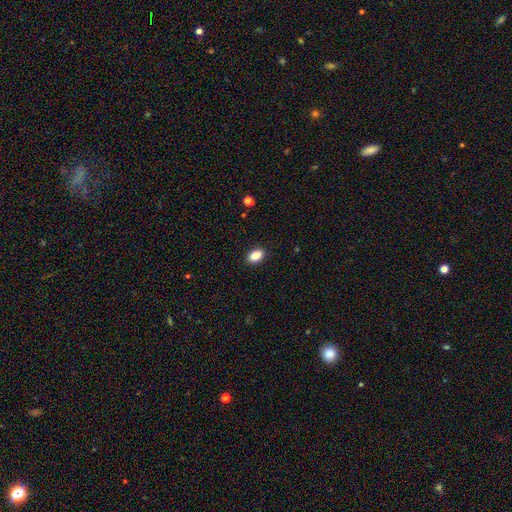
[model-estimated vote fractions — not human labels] Smooth or featured? smooth (87%)
How rounded? in between (89%)
Merging? none (90%)